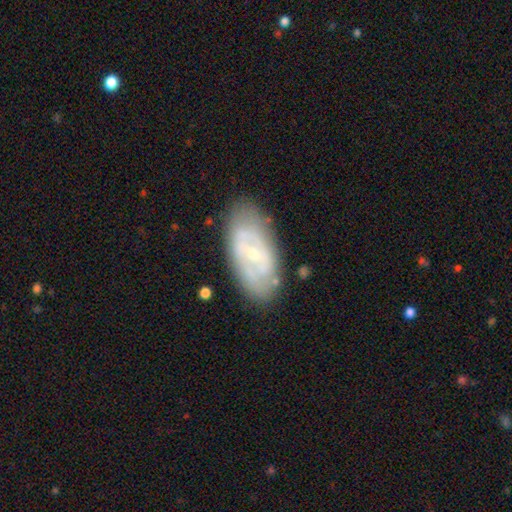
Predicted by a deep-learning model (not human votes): A featured or disk galaxy (70%) with a weak bar (43%), spiral arms (64%) and a small central bulge (71%).

Vote fractions:
- Smooth or featured? featured or disk: 70% / smooth: 23% / star or artifact: 7%
- Edge-on disk? no: 92% / yes: 8%
- Bar? weak: 43% / no: 37% / strong: 20%
- Spiral arms? yes: 64% / no: 36%
- Bulge size? small: 71% / moderate: 25% / none: 2% / large: 1% / dominant: 1%
- Merging? none: 78% / minor disturbance: 16% / major disturbance: 4% / merger: 2%